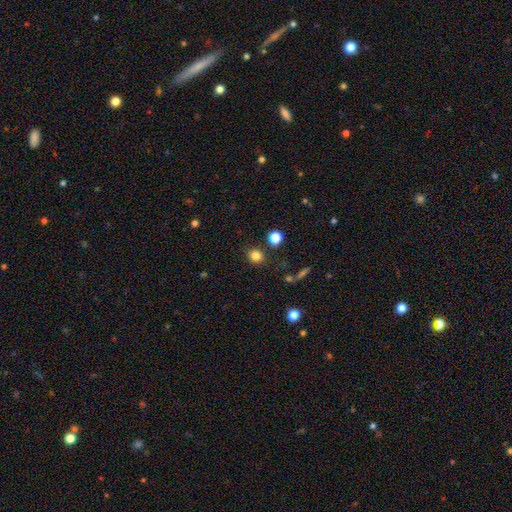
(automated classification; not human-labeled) Smooth or featured?
  - smooth: 82% *
  - star or artifact: 13%
  - featured or disk: 5%
How rounded?
  - round: 76% *
  - in between: 23%
  - cigar-shaped: 1%
Merging?
  - none: 85% *
  - minor disturbance: 8%
  - merger: 4%
  - major disturbance: 3%